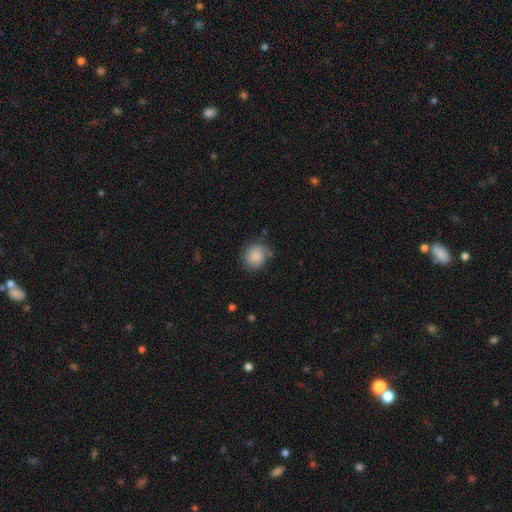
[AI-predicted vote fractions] Q: Smooth or featured?
A: smooth (82%); runner-up: featured or disk (10%)
Q: How rounded?
A: round (82%); runner-up: in between (17%)
Q: Merging?
A: none (68%); runner-up: minor disturbance (22%)